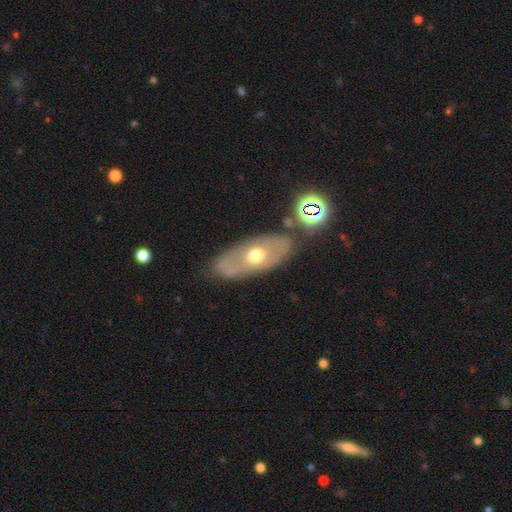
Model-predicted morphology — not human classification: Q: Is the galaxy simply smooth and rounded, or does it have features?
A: featured or disk — 54%.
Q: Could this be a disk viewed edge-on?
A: no — 81%.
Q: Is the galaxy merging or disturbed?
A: none — 78%.